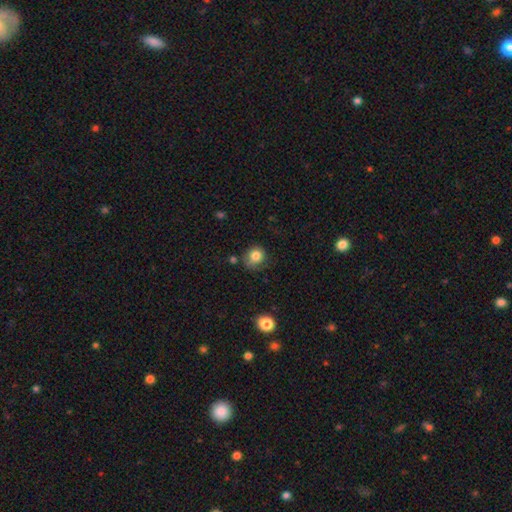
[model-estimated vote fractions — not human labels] This appears to be a smooth galaxy with no disk features (82%) that is round (80%). Merging: none (65%).